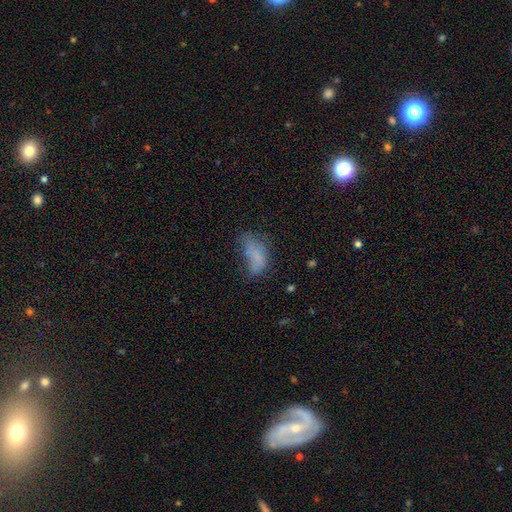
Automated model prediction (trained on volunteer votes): A smooth galaxy with no disk features (64%) that is in between round and cigar-shaped (90%). Merging: major disturbance (35%).